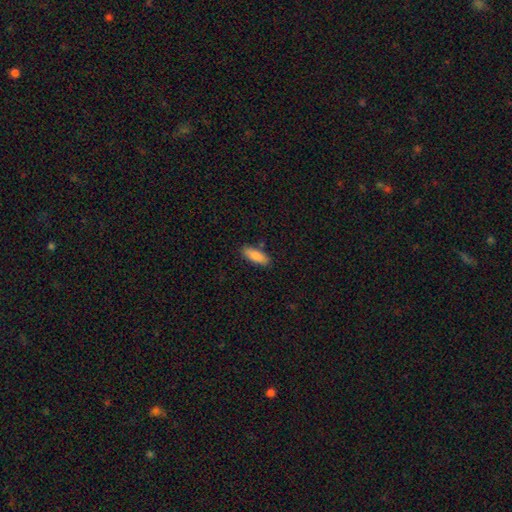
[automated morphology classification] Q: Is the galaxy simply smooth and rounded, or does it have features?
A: smooth — 87%.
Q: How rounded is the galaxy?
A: in between — 64%.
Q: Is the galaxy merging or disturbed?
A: none — 85%.